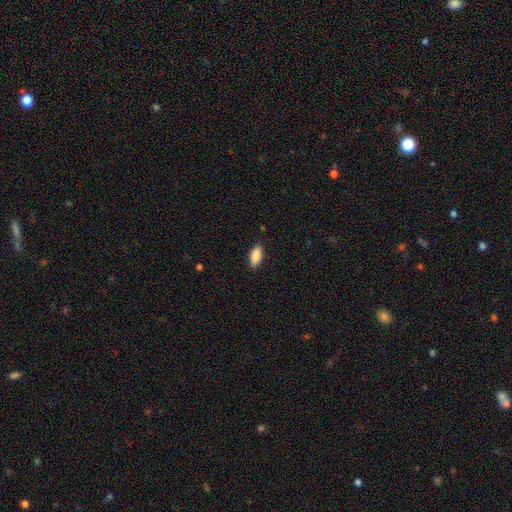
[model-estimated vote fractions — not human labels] Smooth or featured? smooth (89%)
How rounded? in between (84%)
Merging? none (87%)